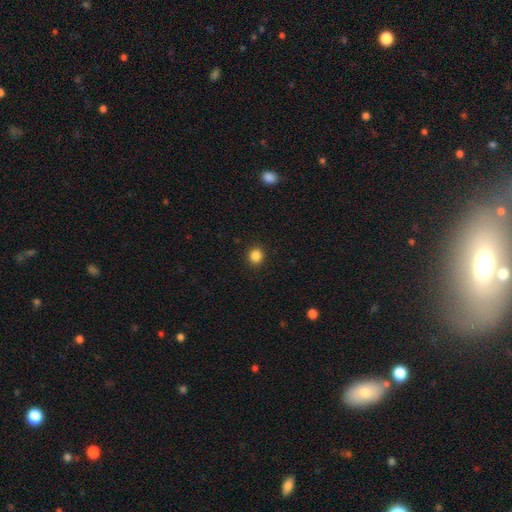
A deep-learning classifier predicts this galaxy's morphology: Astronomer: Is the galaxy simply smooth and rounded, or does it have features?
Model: smooth — 85%.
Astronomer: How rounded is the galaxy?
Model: round — 85%.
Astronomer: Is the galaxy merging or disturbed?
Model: none — 92%.